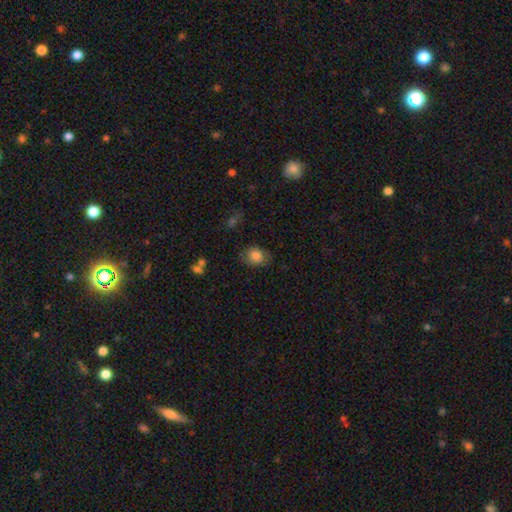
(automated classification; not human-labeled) A smooth galaxy with no disk features (82%) that is round (54%).

Vote fractions:
- Smooth or featured? smooth: 82% / featured or disk: 9% / star or artifact: 9%
- How rounded? round: 54% / in between: 45% / cigar-shaped: 1%
- Merging? none: 74% / minor disturbance: 19% / major disturbance: 5% / merger: 2%